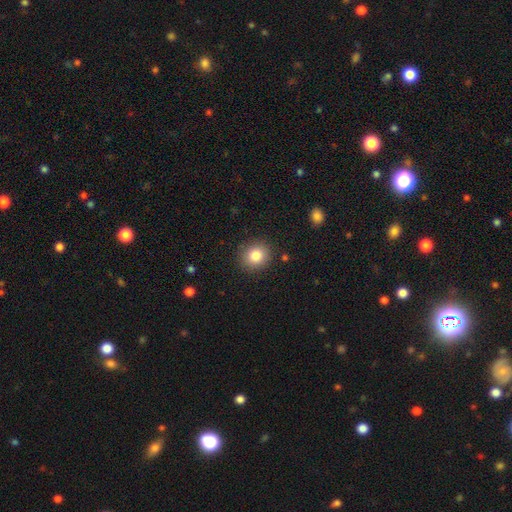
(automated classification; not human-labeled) The model was most divided on "how rounded": round: 84%, in between: 16%, cigar-shaped: 1%. More confident: merging — none (89%); smooth or featured — smooth (83%).